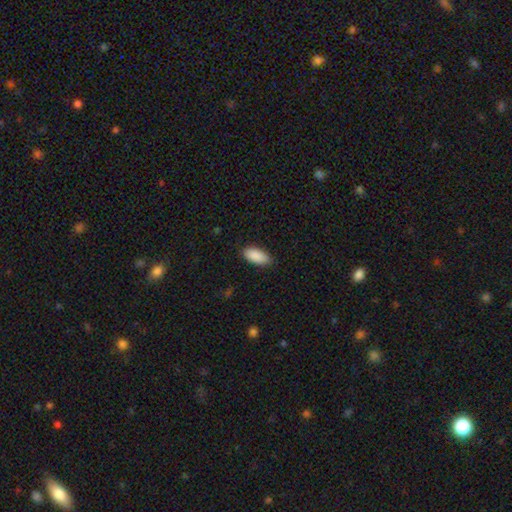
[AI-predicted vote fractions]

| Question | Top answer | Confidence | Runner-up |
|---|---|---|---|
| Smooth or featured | smooth | 91% | star or artifact (6%) |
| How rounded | in between | 92% | cigar-shaped (6%) |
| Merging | none | 86% | minor disturbance (11%) |